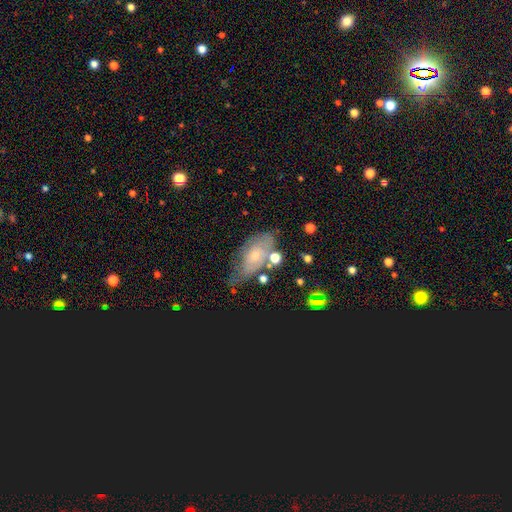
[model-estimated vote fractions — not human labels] Smooth or featured? featured or disk (47%)
Merging? none (40%)